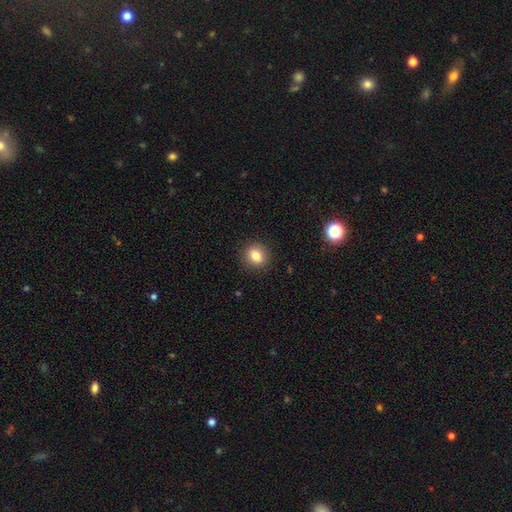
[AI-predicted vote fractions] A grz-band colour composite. It shows a smooth galaxy with no disk features (81%) that is round (78%). Merging: none (90%).